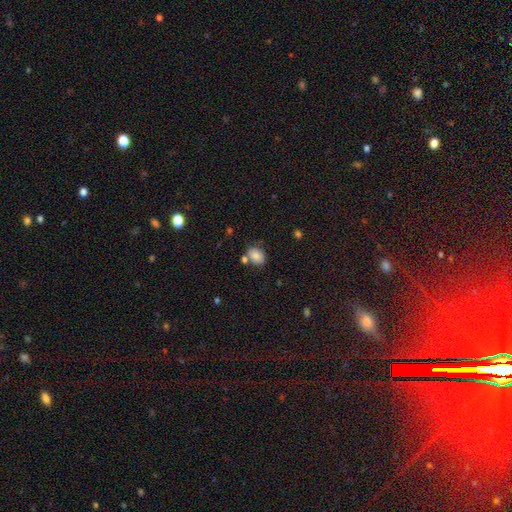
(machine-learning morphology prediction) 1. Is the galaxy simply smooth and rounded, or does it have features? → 81% smooth, 9% star or artifact, 9% featured or disk.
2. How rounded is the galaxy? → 73% in between, 26% round, 1% cigar-shaped.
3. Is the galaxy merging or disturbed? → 63% none, 17% minor disturbance, 15% merger, 5% major disturbance.